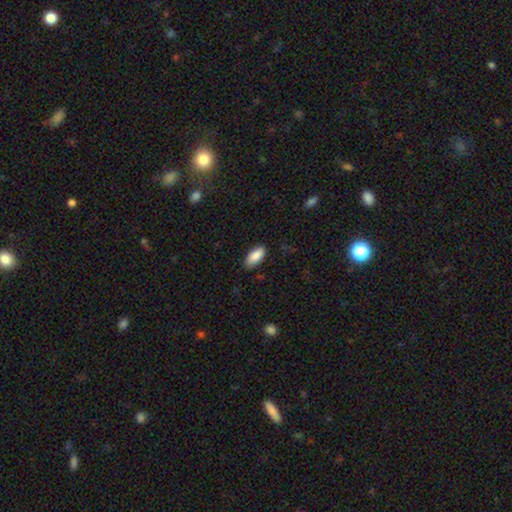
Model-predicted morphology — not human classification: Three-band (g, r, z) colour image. It shows a smooth galaxy with no disk features (88%) that is in between round and cigar-shaped (89%). Merging: none (83%).